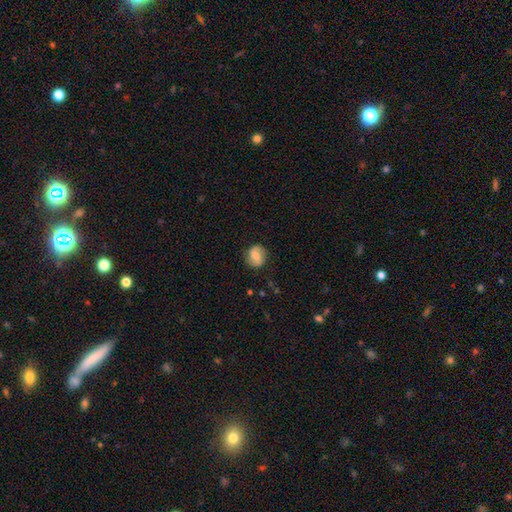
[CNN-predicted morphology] Smooth or featured: smooth — 50% (featured or disk — 42%)
Merging: none — 82% (minor disturbance — 13%)